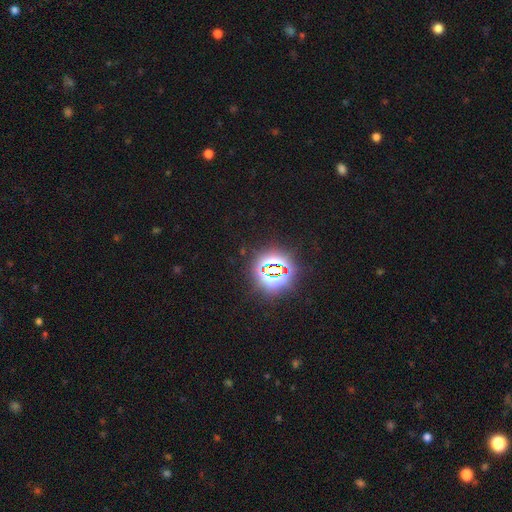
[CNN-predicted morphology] Smooth or featured? Predicted: star or artifact (p=0.82).